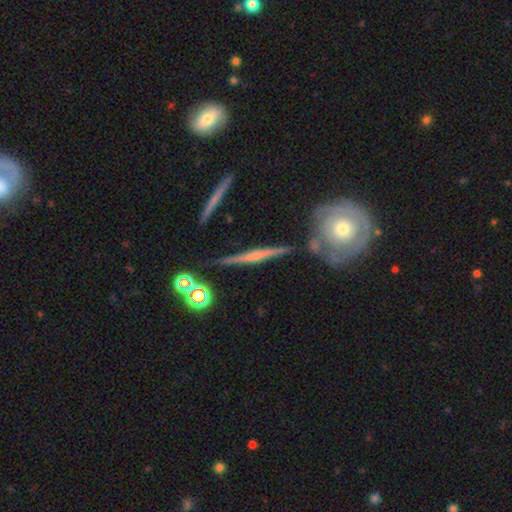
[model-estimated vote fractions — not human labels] Morphology: type=featured or disk (74%); edge-on=yes (96%); edge-on bulge=rounded (48%); merging=none (82%).